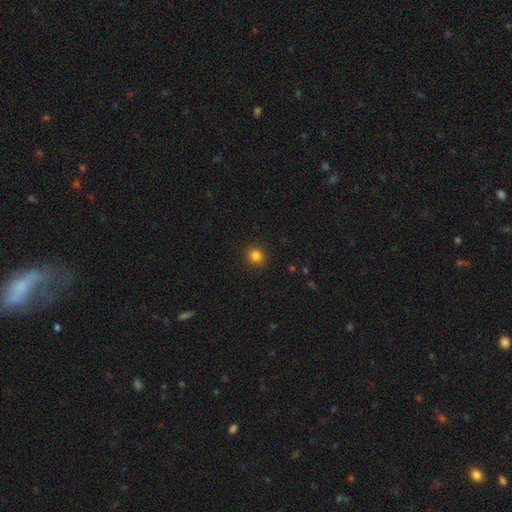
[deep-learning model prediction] Smooth or featured? smooth (84%)
How rounded? round (89%)
Merging? none (91%)